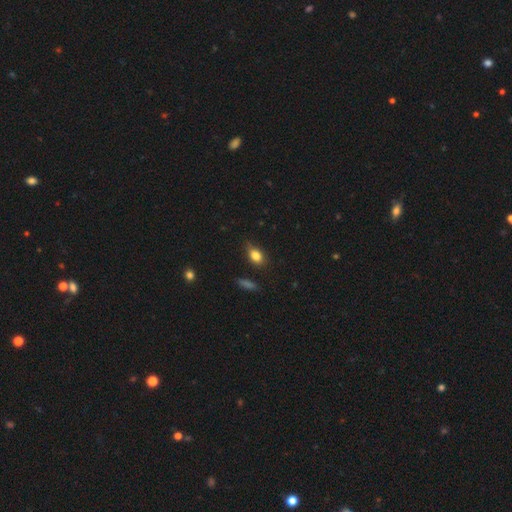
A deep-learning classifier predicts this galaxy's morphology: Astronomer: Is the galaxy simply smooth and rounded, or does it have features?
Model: smooth — 81%.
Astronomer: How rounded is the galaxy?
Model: in between — 77%.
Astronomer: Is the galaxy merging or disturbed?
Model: none — 67%.